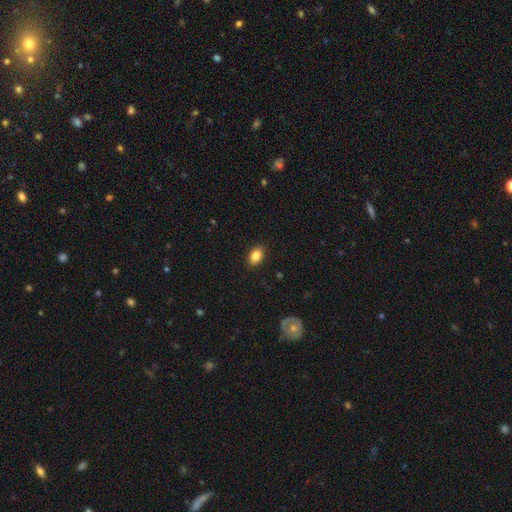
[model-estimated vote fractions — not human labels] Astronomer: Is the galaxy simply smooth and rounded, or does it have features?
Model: smooth — 86%.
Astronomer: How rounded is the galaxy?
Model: in between — 85%.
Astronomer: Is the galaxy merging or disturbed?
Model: none — 88%.